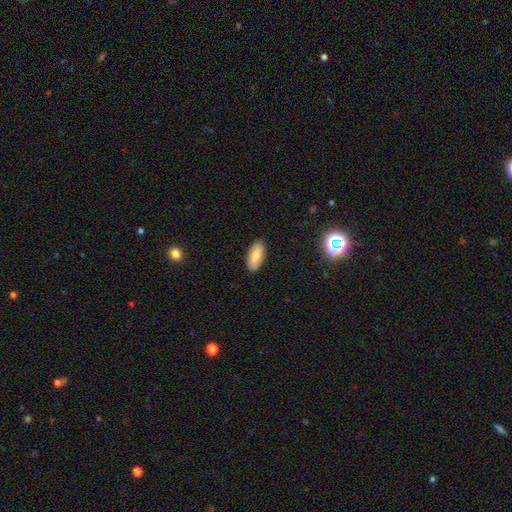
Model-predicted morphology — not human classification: A smooth galaxy with no disk features (81%) that is in between round and cigar-shaped (89%). Merging: none (89%).